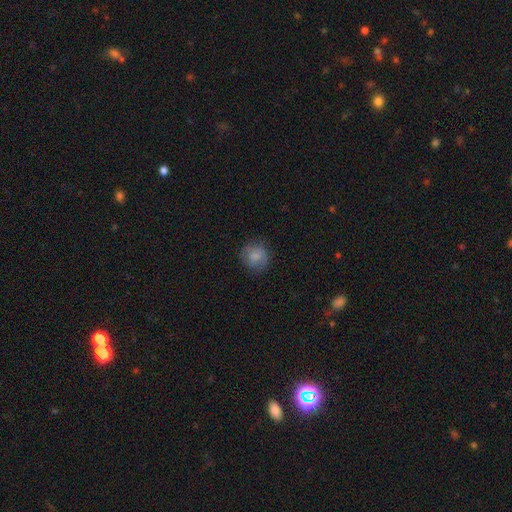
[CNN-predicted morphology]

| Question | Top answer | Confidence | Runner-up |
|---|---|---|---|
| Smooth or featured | smooth | 80% | featured or disk (11%) |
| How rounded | round | 85% | in between (14%) |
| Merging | none | 78% | minor disturbance (16%) |